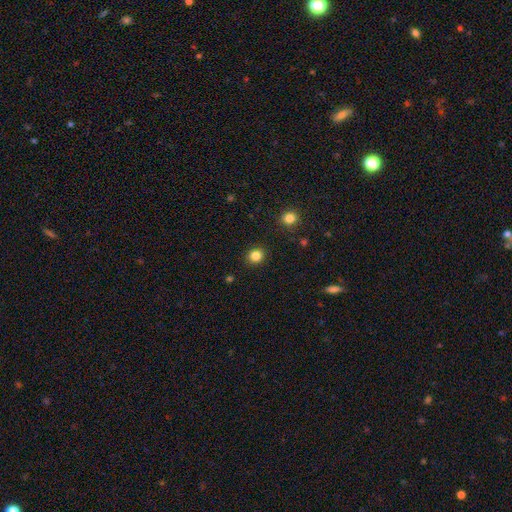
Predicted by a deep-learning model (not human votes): Overall: smooth (84%). How rounded: round (81%). Merging: none (91%).